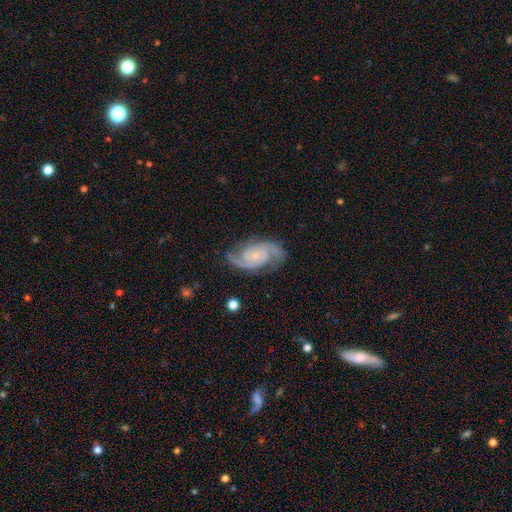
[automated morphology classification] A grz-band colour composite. It shows a featured or disk galaxy (90%) with no bar (65%), 2 (86%) medium (51%) spiral arms (98%) and a small central bulge (71%). Merging: none (78%).